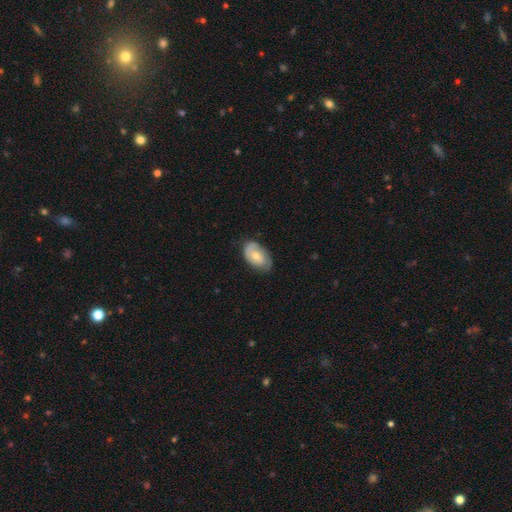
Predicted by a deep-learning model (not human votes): Morphology: type=smooth (49%); merging=none (66%).